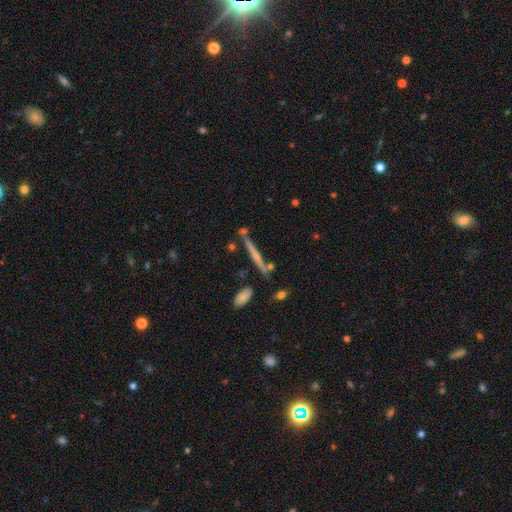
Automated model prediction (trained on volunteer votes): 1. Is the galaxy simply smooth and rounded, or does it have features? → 60% featured or disk, 32% smooth, 8% star or artifact.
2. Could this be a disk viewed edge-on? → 96% yes, 4% no.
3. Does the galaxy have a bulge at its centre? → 47% none, 43% rounded, 10% boxy.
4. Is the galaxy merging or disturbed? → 78% none, 11% minor disturbance, 8% merger, 3% major disturbance.